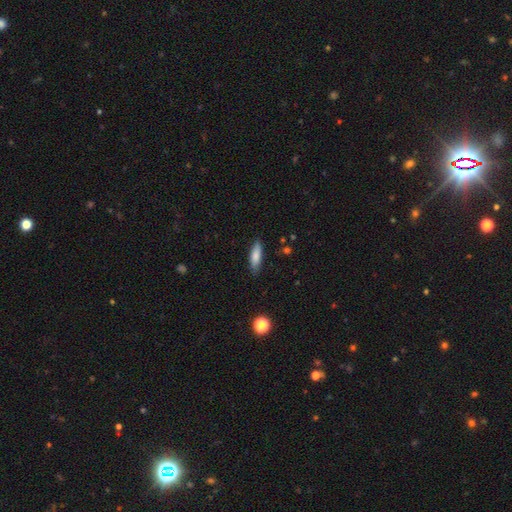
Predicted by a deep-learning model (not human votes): The model was most divided on "how rounded": cigar-shaped: 60%, in between: 38%, round: 2%. More confident: merging — none (84%); smooth or featured — smooth (80%).